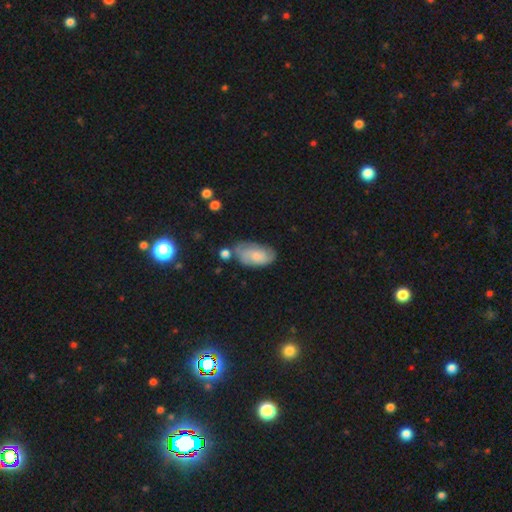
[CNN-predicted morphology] Smooth or featured?
  - smooth: 54% *
  - featured or disk: 38%
  - star or artifact: 7%
How rounded?
  - in between: 92% *
  - round: 5%
  - cigar-shaped: 3%
Merging?
  - none: 51% *
  - minor disturbance: 29%
  - major disturbance: 10%
  - merger: 9%